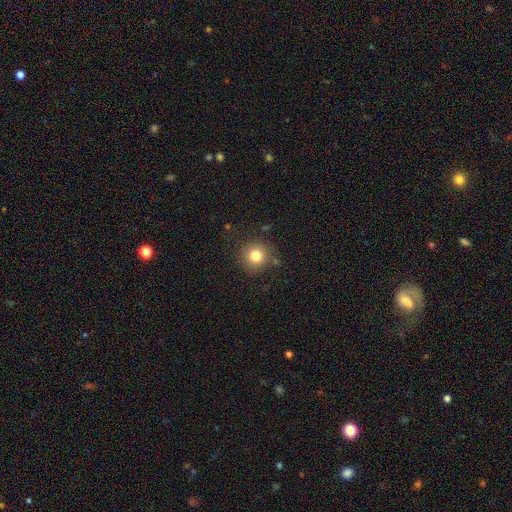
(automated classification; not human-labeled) Morphology: type=smooth (80%); roundness=round (93%); merging=none (84%).